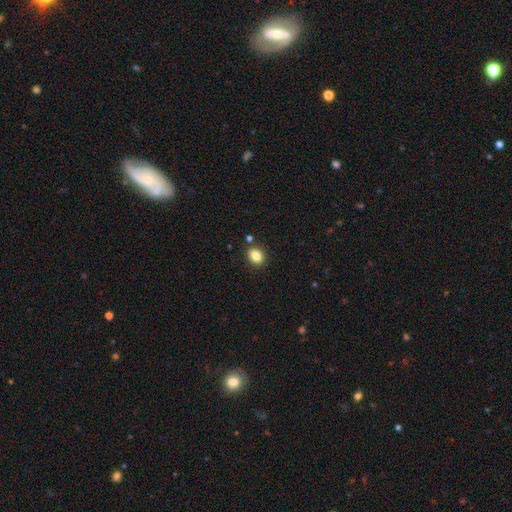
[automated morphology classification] smooth-or-featured: smooth: 86% | star or artifact: 10% | featured or disk: 5%
  how-rounded: in between: 70% | round: 29% | cigar-shaped: 1%
  merging: none: 85% | minor disturbance: 9% | merger: 4% | major disturbance: 2%